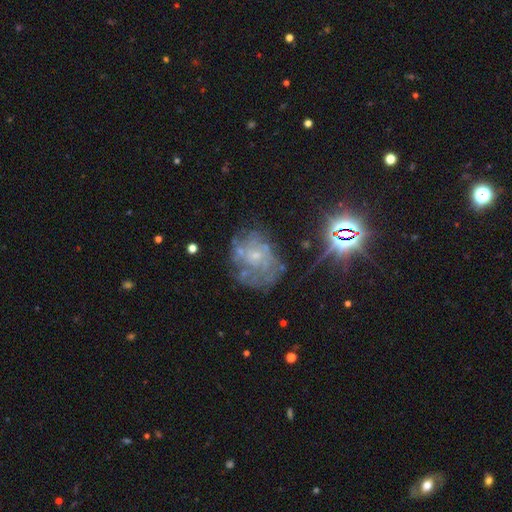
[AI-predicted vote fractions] Smooth or featured: featured or disk — 67% (star or artifact — 17%)
Edge-on disk: no — 97% (yes — 3%)
Bar: no — 80% (weak — 17%)
Spiral arms: yes — 69% (no — 31%)
Bulge size: small — 70% (moderate — 18%)
Merging: none — 57% (minor disturbance — 21%)